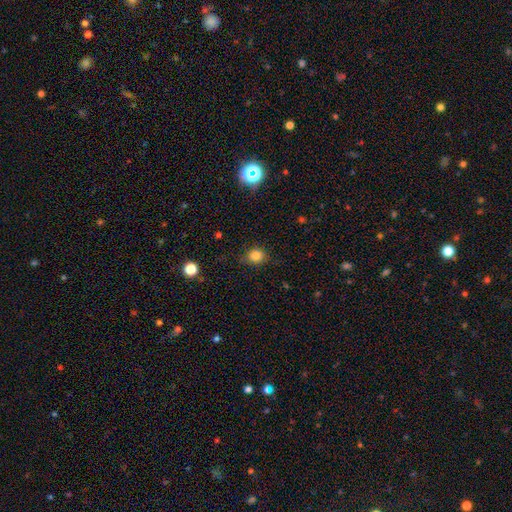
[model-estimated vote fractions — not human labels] Smooth or featured?
  - smooth: 83% *
  - star or artifact: 12%
  - featured or disk: 5%
How rounded?
  - round: 74% *
  - in between: 25%
  - cigar-shaped: 1%
Merging?
  - none: 80% *
  - minor disturbance: 15%
  - major disturbance: 4%
  - merger: 1%